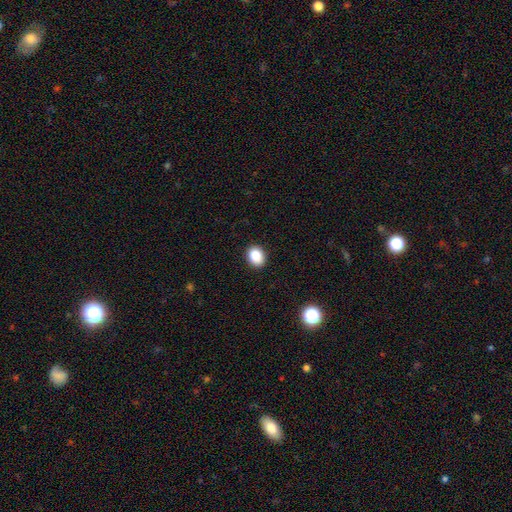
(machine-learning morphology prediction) A smooth galaxy with no disk features (87%) that is in between round and cigar-shaped (58%). Merging: none (90%).